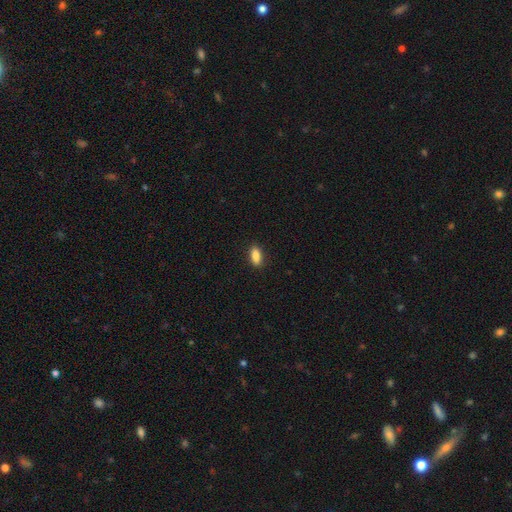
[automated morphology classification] smooth-or-featured: smooth: 88% | star or artifact: 7% | featured or disk: 5%
  how-rounded: in between: 85% | cigar-shaped: 12% | round: 4%
  merging: none: 88% | minor disturbance: 9% | major disturbance: 2% | merger: 1%